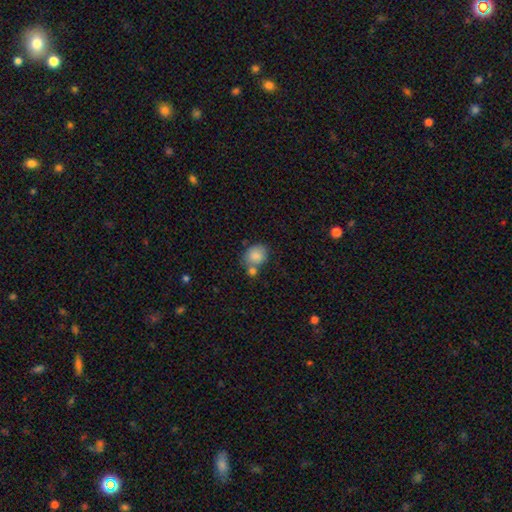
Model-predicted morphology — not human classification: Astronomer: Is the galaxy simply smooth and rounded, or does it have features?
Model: smooth — 85%.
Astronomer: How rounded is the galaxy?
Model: round — 60% (runner-up: in between, 39%).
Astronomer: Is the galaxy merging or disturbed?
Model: none — 53%.